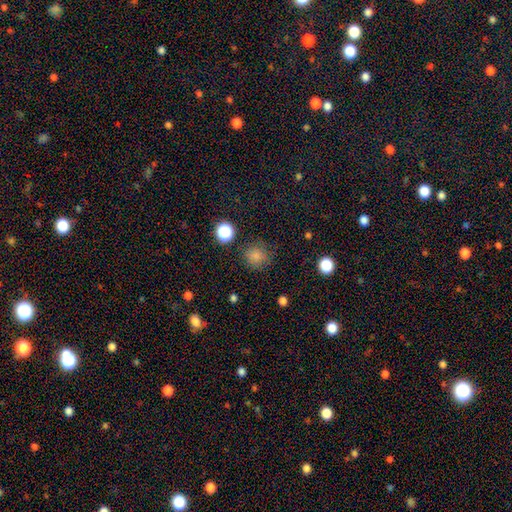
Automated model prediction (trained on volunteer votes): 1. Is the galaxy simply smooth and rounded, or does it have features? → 80% smooth, 15% star or artifact, 5% featured or disk.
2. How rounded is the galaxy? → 90% round, 9% in between, 1% cigar-shaped.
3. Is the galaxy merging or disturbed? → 82% none, 12% minor disturbance, 4% major disturbance, 2% merger.